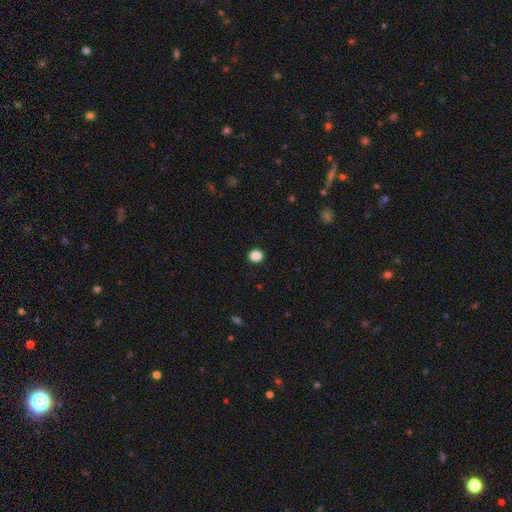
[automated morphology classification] Smooth or featured? Predicted: smooth (p=0.87). How rounded? Predicted: round (p=0.80). Merging? Predicted: none (p=0.92).